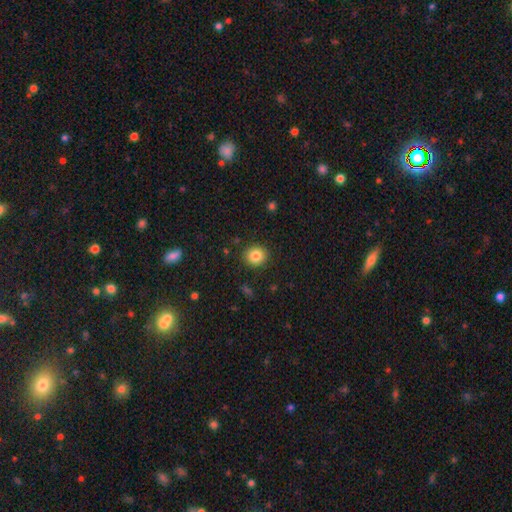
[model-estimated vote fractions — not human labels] The model was most divided on "smooth or featured": smooth: 84%, star or artifact: 10%, featured or disk: 6%. More confident: merging — none (90%); how rounded — round (87%).